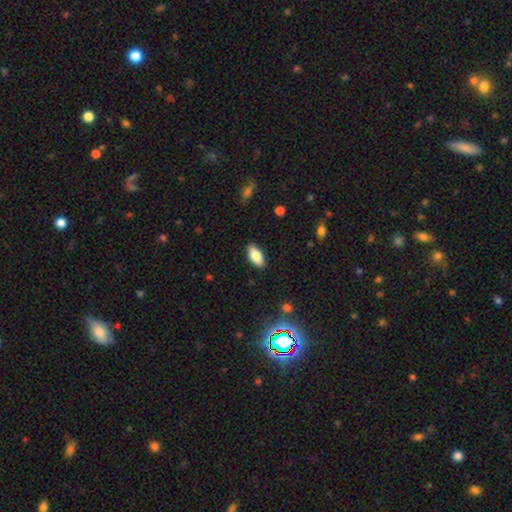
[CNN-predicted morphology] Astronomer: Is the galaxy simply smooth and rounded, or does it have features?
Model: smooth — 76%.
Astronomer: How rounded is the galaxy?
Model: in between — 86%.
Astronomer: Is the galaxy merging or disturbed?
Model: none — 88%.